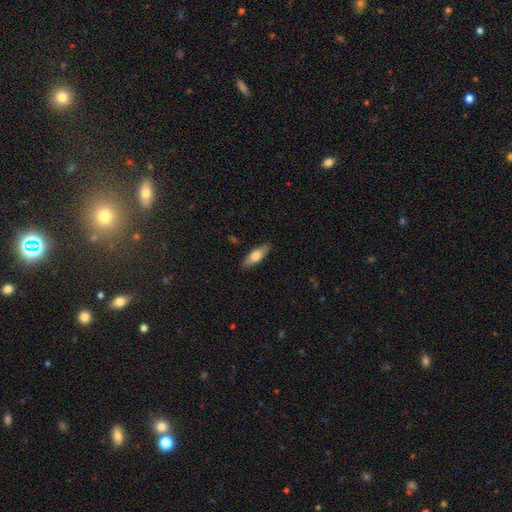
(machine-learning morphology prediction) Smooth or featured: smooth — 70% (featured or disk — 24%)
How rounded: in between — 57% (cigar-shaped — 40%)
Merging: none — 87% (minor disturbance — 10%)